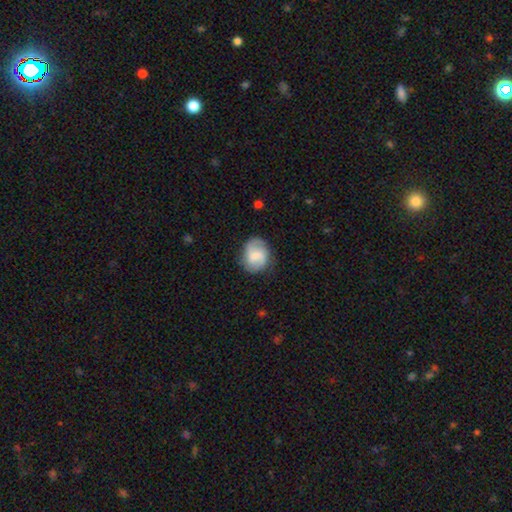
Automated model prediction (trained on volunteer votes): Q: Smooth or featured?
A: featured or disk (53%); runner-up: smooth (40%)
Q: Edge-on disk?
A: no (98%); runner-up: yes (2%)
Q: Bar?
A: weak (54%); runner-up: no (28%)
Q: Spiral arms?
A: yes (88%); runner-up: no (12%)
Q: Bulge size?
A: small (38%); runner-up: none (30%)
Q: Merging?
A: none (73%); runner-up: minor disturbance (18%)